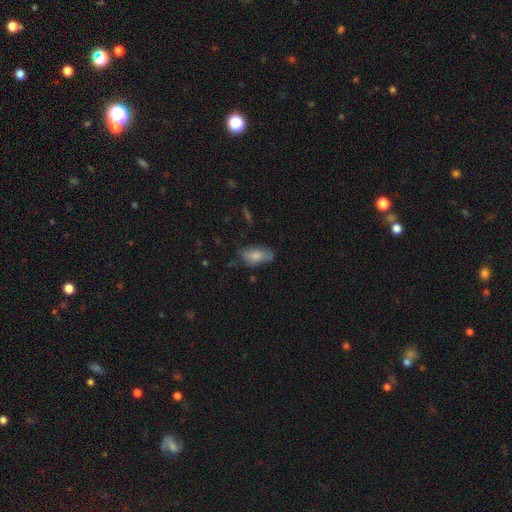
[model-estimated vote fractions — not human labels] smooth 77%, featured or disk 16%, star or artifact 7%. Down the decision tree: how rounded — in between (90%); merging — none (56%).